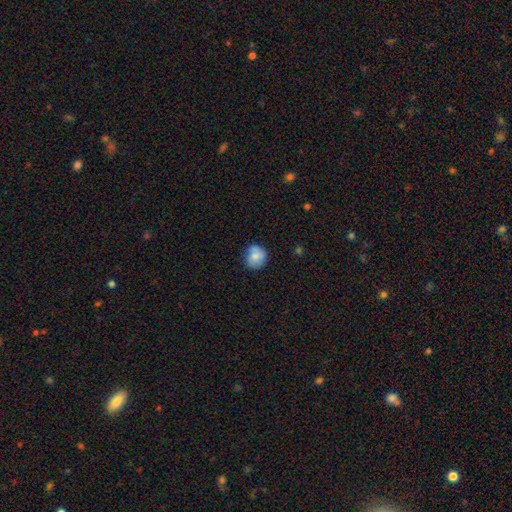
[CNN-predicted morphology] A smooth galaxy with no disk features (73%) that is round (81%). Merging: none (64%).